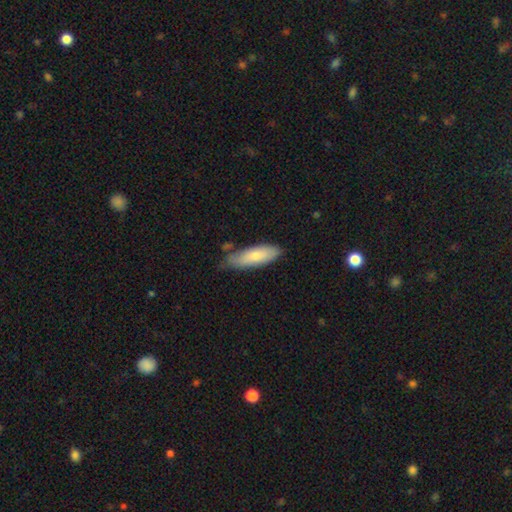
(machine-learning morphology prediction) smooth_or_featured: smooth (p=0.73) [alt: featured or disk p=0.21]
how_rounded: in between (p=0.60) [alt: cigar-shaped p=0.38]
merging: none (p=0.65) [alt: minor disturbance p=0.26]